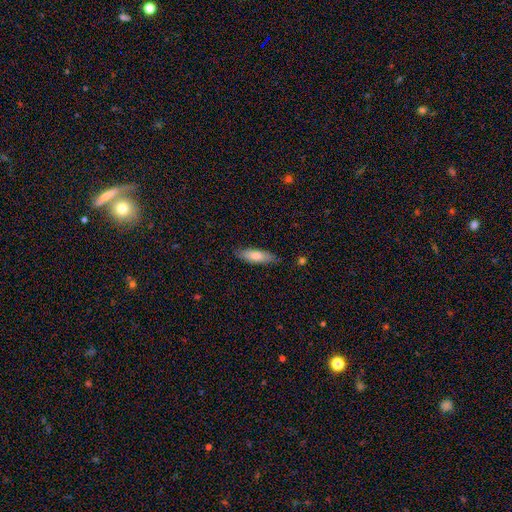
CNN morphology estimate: smooth_or_featured: smooth (p=0.75) [alt: featured or disk p=0.20]
how_rounded: in between (p=0.50) [alt: cigar-shaped p=0.48]
merging: none (p=0.82) [alt: minor disturbance p=0.14]